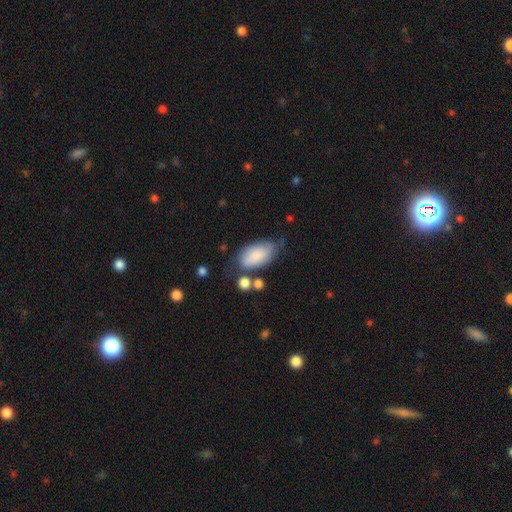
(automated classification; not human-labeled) Smooth or featured? smooth (78%)
How rounded? in between (93%)
Merging? none (49%)